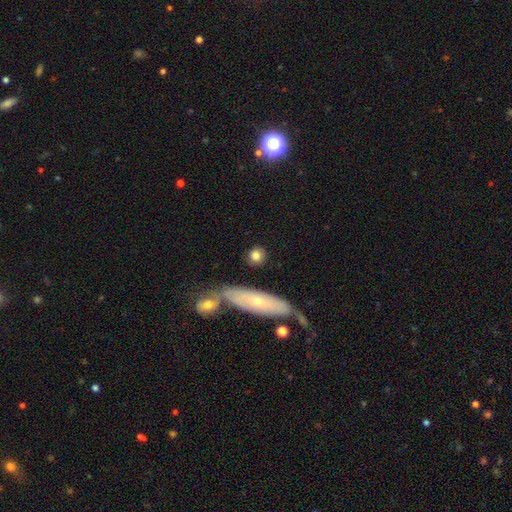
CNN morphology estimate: This appears to be a smooth galaxy with no disk features (79%) that is round (75%). Merging: none (79%).